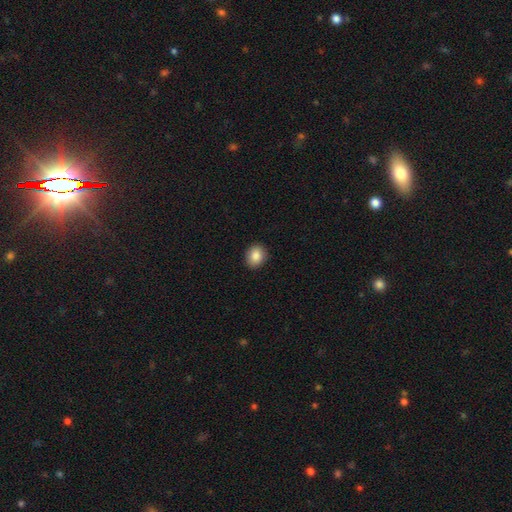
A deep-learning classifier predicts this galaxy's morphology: type=smooth (86%); roundness=round (60%); merging=none (90%).